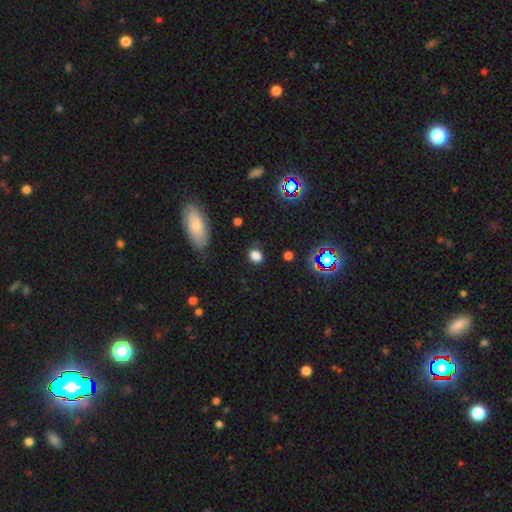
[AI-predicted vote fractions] smooth-or-featured: smooth: 77% | star or artifact: 17% | featured or disk: 6%
  how-rounded: round: 65% | in between: 33% | cigar-shaped: 2%
  merging: none: 78% | minor disturbance: 14% | major disturbance: 5% | merger: 2%